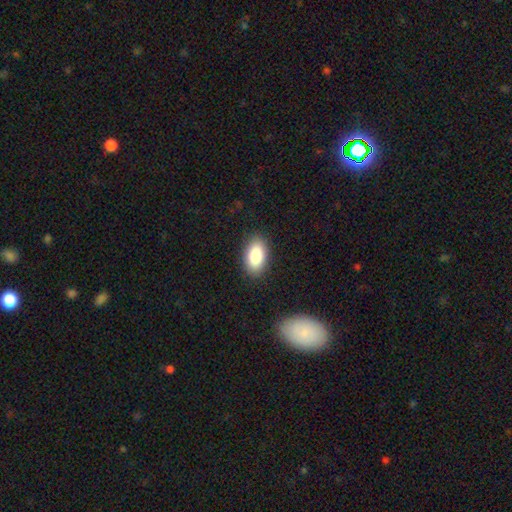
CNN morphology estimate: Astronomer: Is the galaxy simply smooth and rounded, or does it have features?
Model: smooth — 84%.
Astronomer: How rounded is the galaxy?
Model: in between — 93%.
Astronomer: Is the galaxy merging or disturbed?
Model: none — 88%.